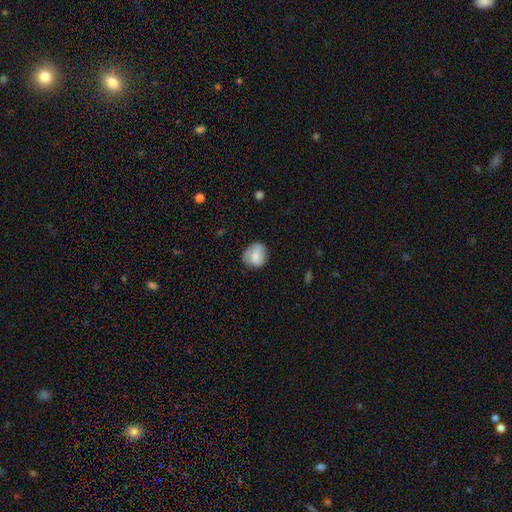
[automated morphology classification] smooth 76%, featured or disk 16%, star or artifact 8%. Down the decision tree: how rounded — round (74%); merging — none (70%).